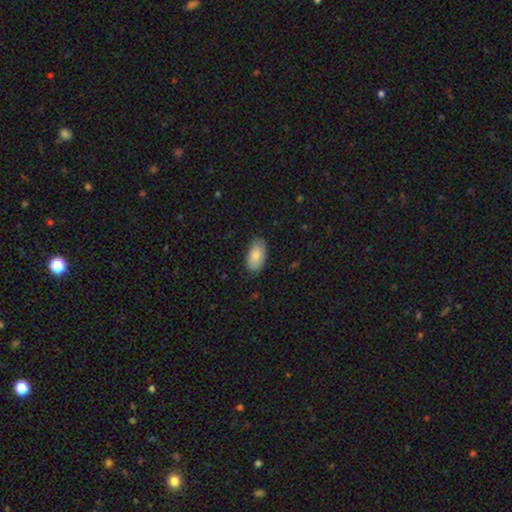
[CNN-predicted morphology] smooth_or_featured: smooth (p=0.83) [alt: featured or disk p=0.11]
how_rounded: in between (p=0.95) [alt: round p=0.03]
merging: none (p=0.81) [alt: minor disturbance p=0.15]